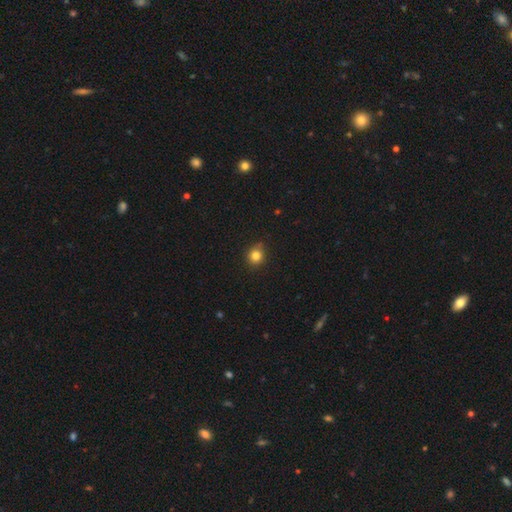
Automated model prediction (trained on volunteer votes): smooth 82%, star or artifact 12%, featured or disk 6%. Down the decision tree: how rounded — round (84%); merging — none (83%).